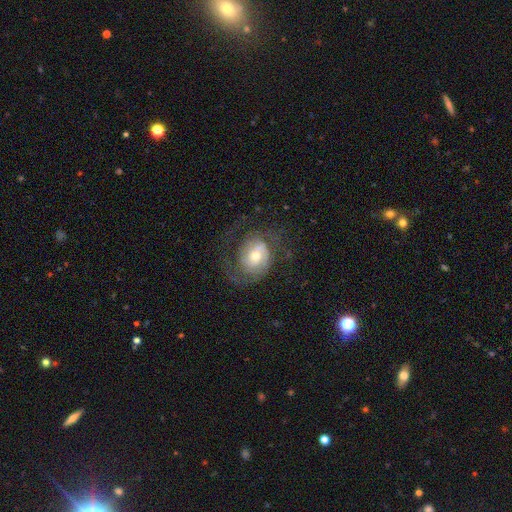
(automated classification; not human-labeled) This is likely a featured or disk galaxy (76%). It is clearly not viewed edge-on (97%). Bar: likely no (61%). Spiral arm pattern: clearly yes (90%). Spiral arm count: possibly 2 (48%). Spiral winding: marginally tight (40%). Central bulge: possibly moderate (58%). Merging: possibly none (57%).